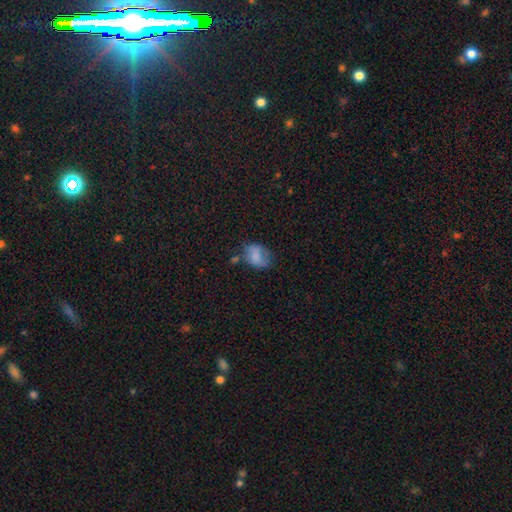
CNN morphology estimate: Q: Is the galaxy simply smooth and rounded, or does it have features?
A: smooth — 75%.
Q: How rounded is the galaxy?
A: in between — 67%.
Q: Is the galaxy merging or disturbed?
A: none — 47%.